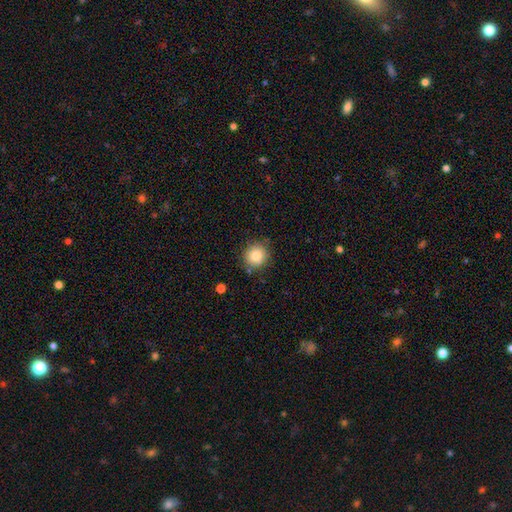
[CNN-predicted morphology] This is clearly a smooth galaxy (83%). How rounded: clearly round (91%). Merging: clearly none (85%).